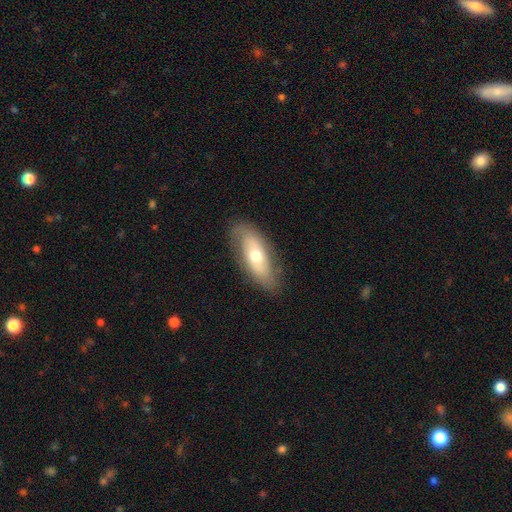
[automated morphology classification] The model was most divided on "smooth or featured": smooth: 50%, featured or disk: 44%, star or artifact: 6%. More confident: merging — none (79%).